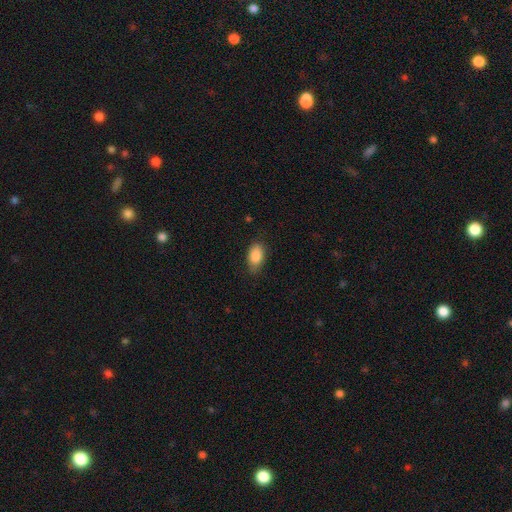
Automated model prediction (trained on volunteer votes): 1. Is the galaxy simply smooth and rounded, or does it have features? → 87% smooth, 7% star or artifact, 6% featured or disk.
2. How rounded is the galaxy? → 92% in between, 6% round, 2% cigar-shaped.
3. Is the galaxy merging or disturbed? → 75% none, 20% minor disturbance, 4% major disturbance, 1% merger.